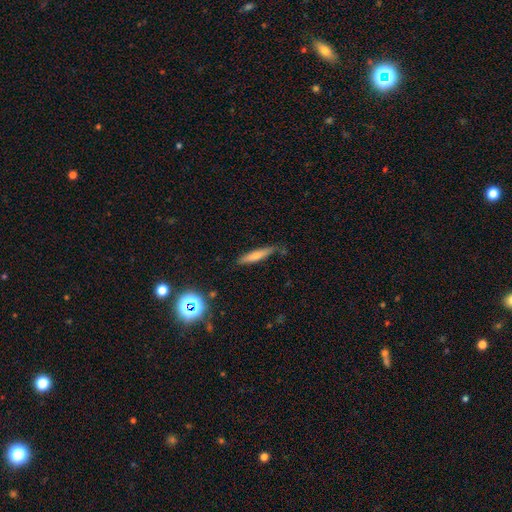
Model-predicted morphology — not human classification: Smooth or featured: smooth — 66% (featured or disk — 26%)
How rounded: cigar-shaped — 87% (in between — 11%)
Merging: none — 76% (minor disturbance — 18%)